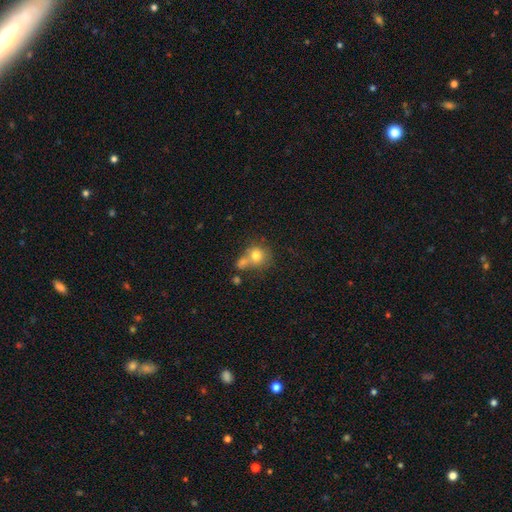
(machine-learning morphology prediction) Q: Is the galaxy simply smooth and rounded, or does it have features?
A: smooth — 75%.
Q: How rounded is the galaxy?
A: round — 81%.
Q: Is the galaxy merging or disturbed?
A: merger — 44%.